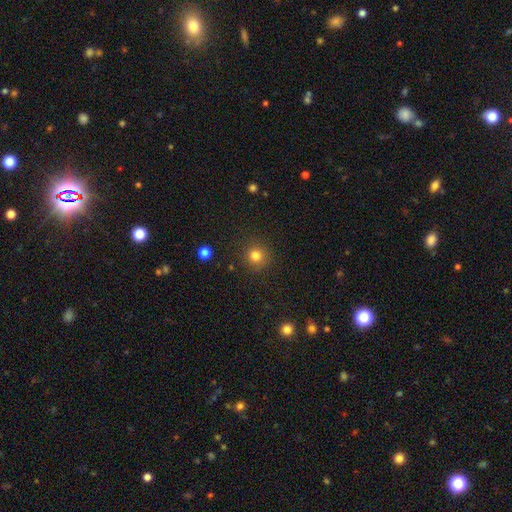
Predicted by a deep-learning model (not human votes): This appears to be a smooth galaxy with no disk features (81%) that is round (93%). Merging: none (88%).